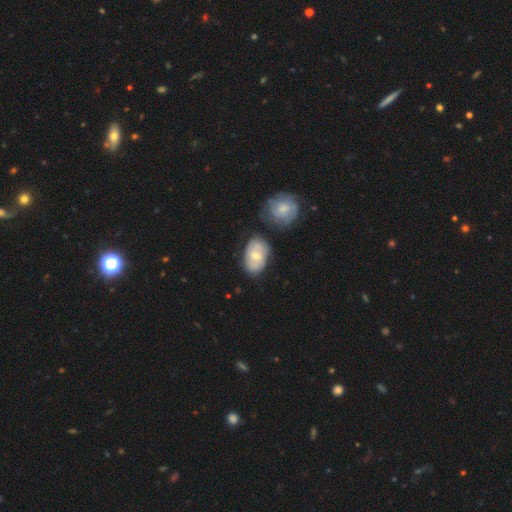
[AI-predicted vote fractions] Smooth or featured?
  - featured or disk: 49% *
  - smooth: 45%
  - star or artifact: 6%
Merging?
  - none: 63% *
  - minor disturbance: 19%
  - merger: 13%
  - major disturbance: 5%